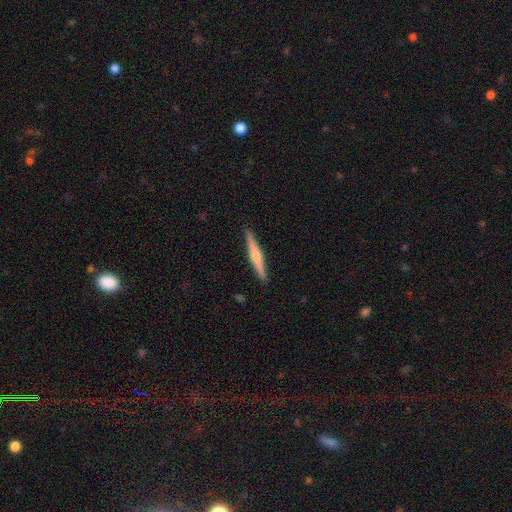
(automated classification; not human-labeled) featured or disk 63%, smooth 31%, star or artifact 5%. Down the decision tree: edge-on disk — yes (98%); edge-on bulge — rounded (82%); merging — none (92%).